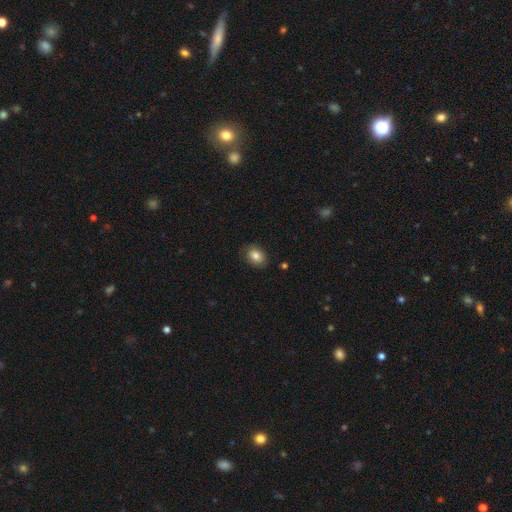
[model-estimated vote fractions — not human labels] smooth-or-featured: smooth: 82% | star or artifact: 9% | featured or disk: 9%
  how-rounded: in between: 62% | round: 37% | cigar-shaped: 1%
  merging: none: 84% | minor disturbance: 12% | major disturbance: 3% | merger: 1%